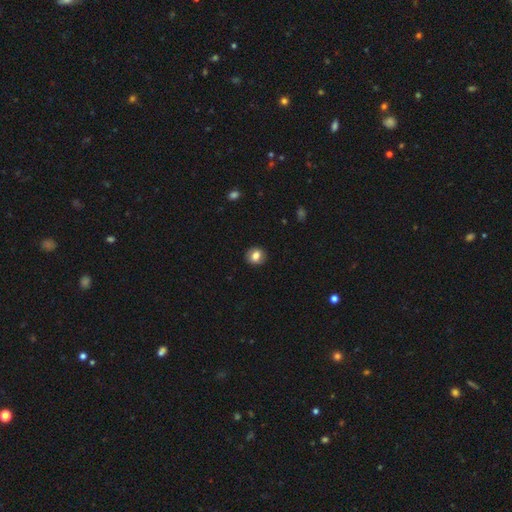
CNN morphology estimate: Smooth or featured: smooth — 78% (featured or disk — 13%)
How rounded: round — 77% (in between — 22%)
Merging: none — 89% (minor disturbance — 8%)